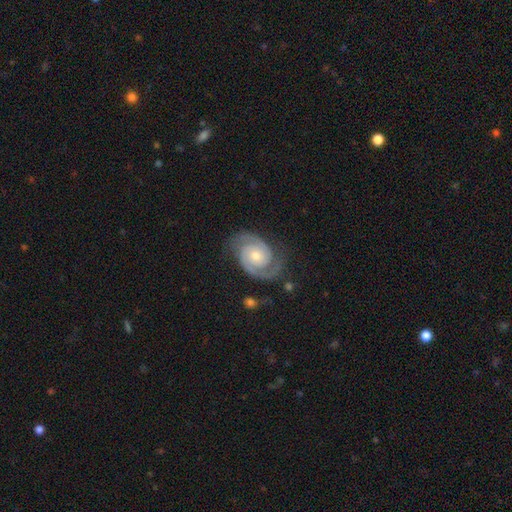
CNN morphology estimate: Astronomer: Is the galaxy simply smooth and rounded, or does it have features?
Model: featured or disk — 92%.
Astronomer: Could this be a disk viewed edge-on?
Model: no — 98%.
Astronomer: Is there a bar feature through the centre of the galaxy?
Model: no — 72%.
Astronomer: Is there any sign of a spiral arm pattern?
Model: yes — 98%.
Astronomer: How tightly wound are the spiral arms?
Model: tight — 59% (runner-up: medium, 36%).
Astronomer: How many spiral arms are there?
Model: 2 — 93%.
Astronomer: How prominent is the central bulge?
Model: moderate — 49% (runner-up: small, 46%).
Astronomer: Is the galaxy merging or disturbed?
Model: none — 80%.